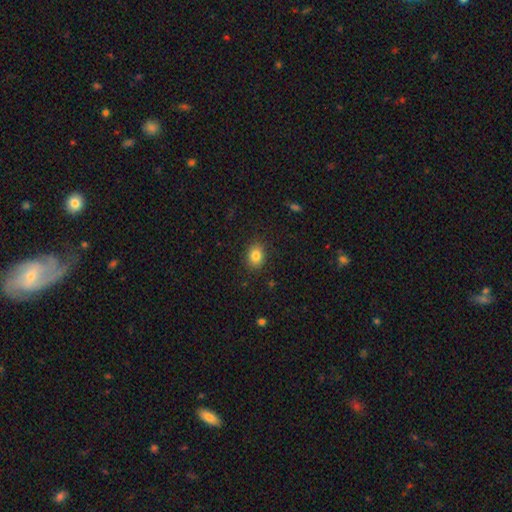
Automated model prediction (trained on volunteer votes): Overall: smooth (84%). How rounded: in between (54%; round 45%). Merging: none (87%).